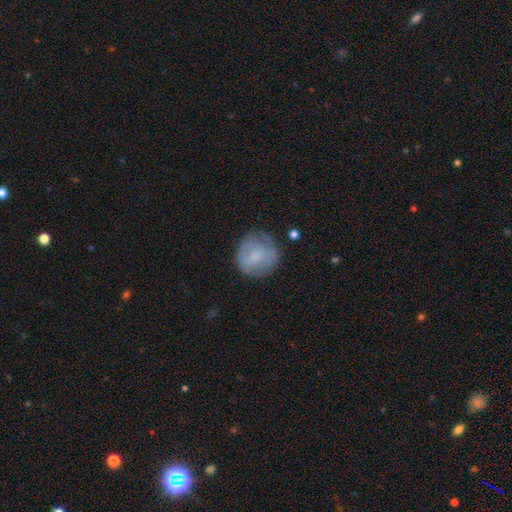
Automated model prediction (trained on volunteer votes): Morphology: type=smooth (63%); roundness=round (88%); merging=none (70%).